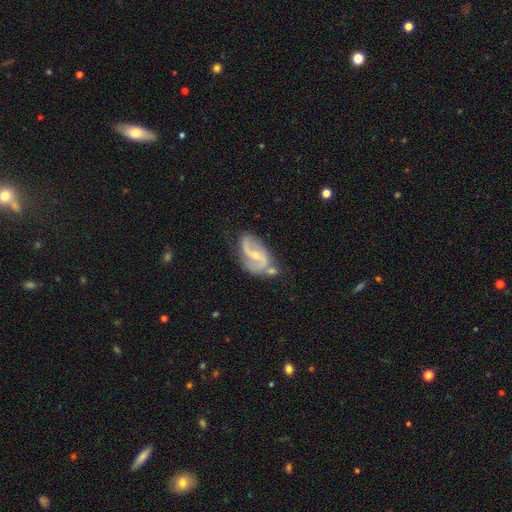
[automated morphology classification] featured or disk 85%, smooth 9%, star or artifact 5%. Down the decision tree: edge-on disk — no (97%); bar — weak (49%); spiral arms — yes (95%); spiral arm count — 2 (89%); spiral winding — medium (46%); bulge size — small (60%); merging — none (53%).